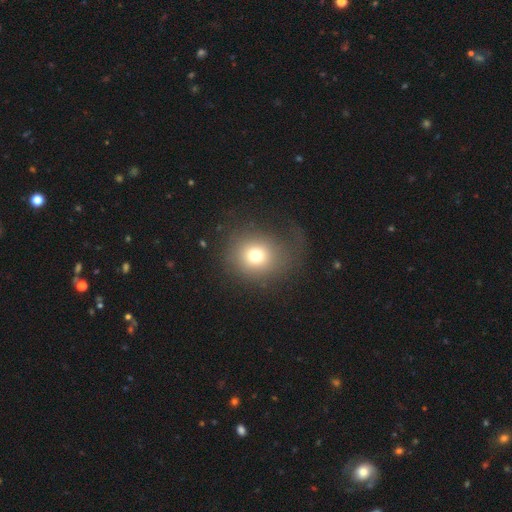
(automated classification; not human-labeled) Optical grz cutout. It shows a smooth galaxy with no disk features (72%) that is round (80%). Merging: none (63%).